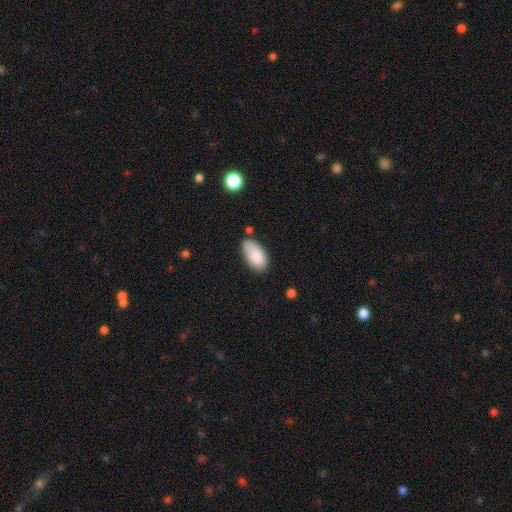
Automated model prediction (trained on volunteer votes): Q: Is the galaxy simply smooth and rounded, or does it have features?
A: smooth — 83%.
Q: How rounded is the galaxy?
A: in between — 94%.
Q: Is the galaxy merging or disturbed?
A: none — 59%.